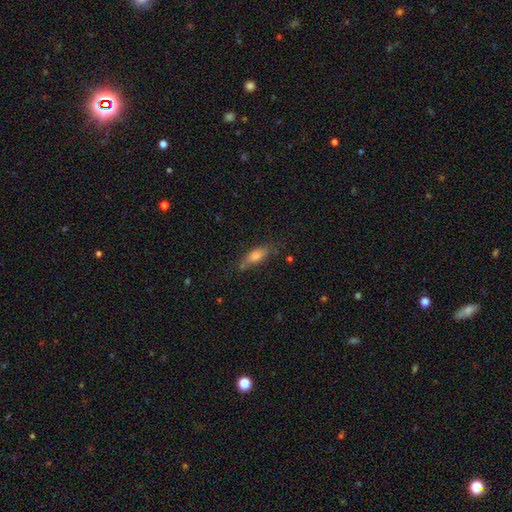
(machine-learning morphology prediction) Smooth or featured? Predicted: smooth (p=0.68). How rounded? Predicted: in between (p=0.62). Merging? Predicted: none (p=0.66).